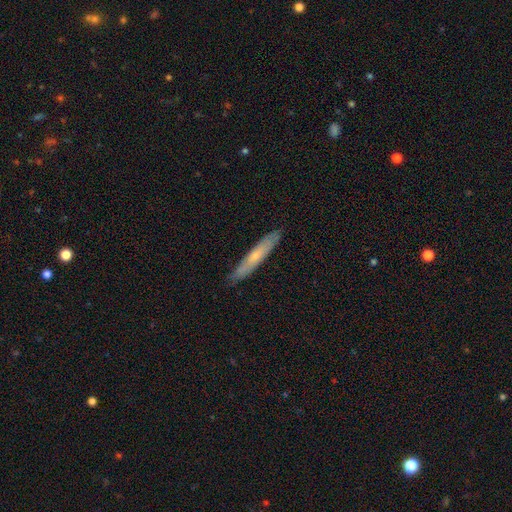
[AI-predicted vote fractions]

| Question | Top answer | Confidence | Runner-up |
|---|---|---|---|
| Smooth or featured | smooth | 53% | featured or disk (41%) |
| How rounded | cigar-shaped | 92% | in between (6%) |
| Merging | none | 88% | minor disturbance (10%) |